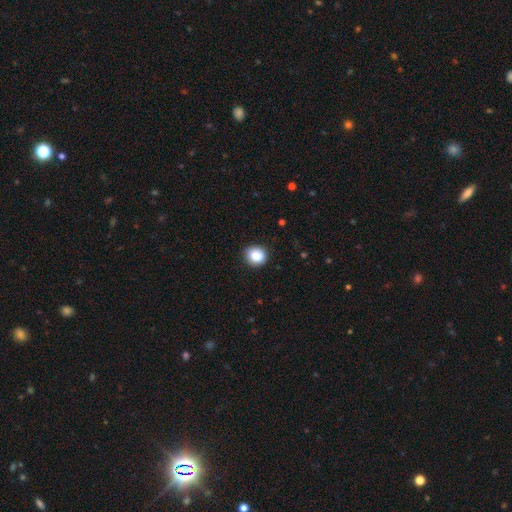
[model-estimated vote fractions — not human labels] Smooth or featured: smooth — 88% (star or artifact — 8%)
How rounded: round — 79% (in between — 20%)
Merging: none — 88% (minor disturbance — 9%)